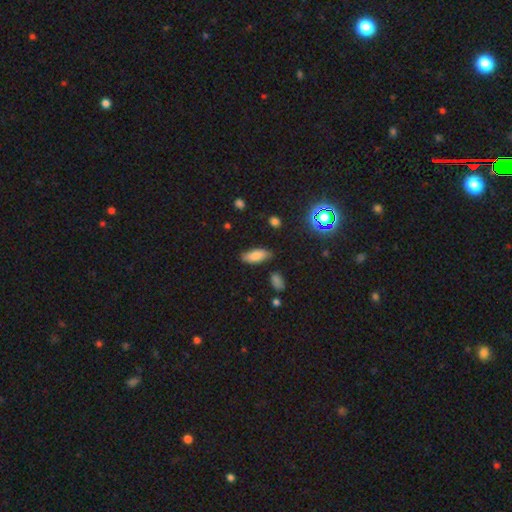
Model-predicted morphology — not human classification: smooth-or-featured: smooth: 80% | featured or disk: 11% | star or artifact: 9%
  how-rounded: in between: 81% | cigar-shaped: 17% | round: 2%
  merging: none: 80% | minor disturbance: 14% | major disturbance: 3% | merger: 3%